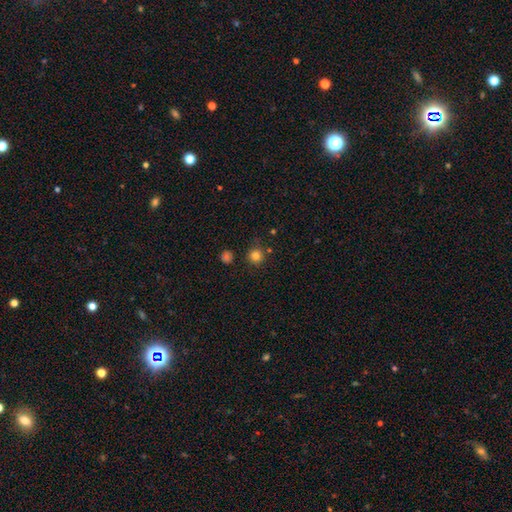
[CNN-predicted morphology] The model was most divided on "smooth or featured": smooth: 82%, star or artifact: 13%, featured or disk: 5%. More confident: how rounded — round (94%); merging — none (84%).